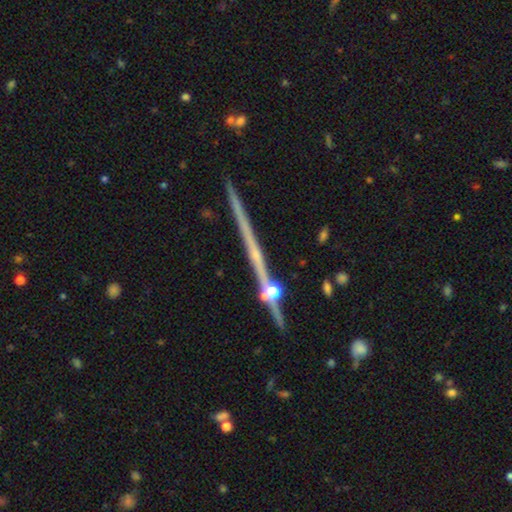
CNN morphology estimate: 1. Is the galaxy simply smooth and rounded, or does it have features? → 71% featured or disk, 19% smooth, 9% star or artifact.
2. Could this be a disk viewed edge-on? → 98% yes, 2% no.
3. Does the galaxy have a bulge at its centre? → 71% none, 24% rounded, 4% boxy.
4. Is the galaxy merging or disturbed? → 87% none, 7% minor disturbance, 4% merger, 2% major disturbance.